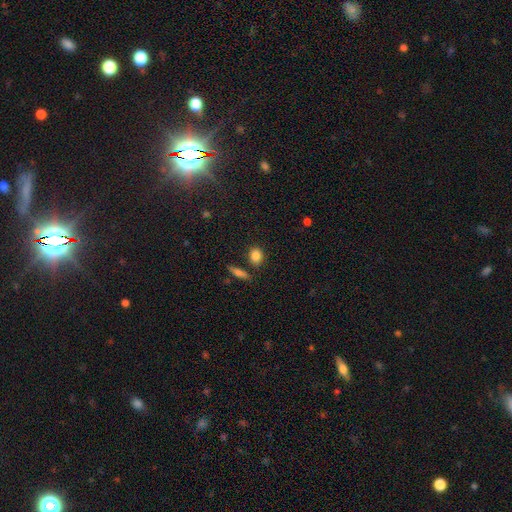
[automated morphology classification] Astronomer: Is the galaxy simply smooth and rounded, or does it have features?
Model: smooth — 84%.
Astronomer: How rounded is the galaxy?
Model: round — 50% (runner-up: in between, 46%).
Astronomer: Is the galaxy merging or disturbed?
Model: none — 78%.